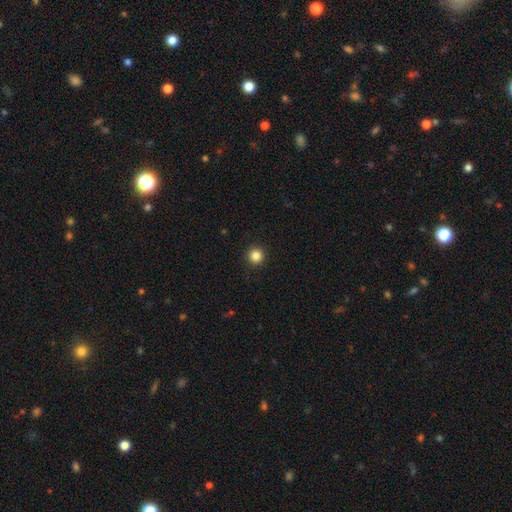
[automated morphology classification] Q: Smooth or featured?
A: smooth (85%); runner-up: star or artifact (12%)
Q: How rounded?
A: round (96%); runner-up: in between (3%)
Q: Merging?
A: none (93%); runner-up: minor disturbance (4%)